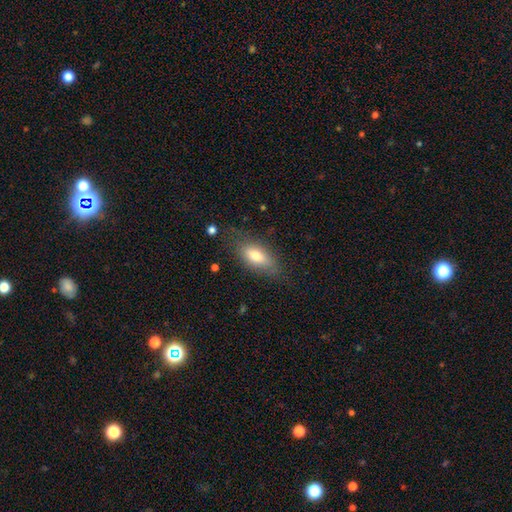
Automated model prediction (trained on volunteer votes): smooth_or_featured: smooth (p=0.73) [alt: featured or disk p=0.20]
how_rounded: in between (p=0.83) [alt: cigar-shaped p=0.13]
merging: none (p=0.72) [alt: minor disturbance p=0.19]